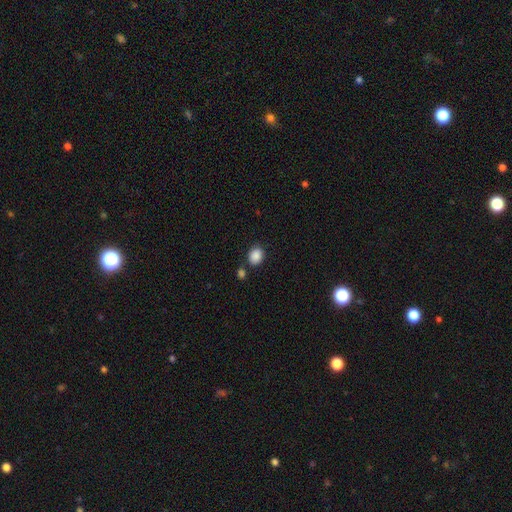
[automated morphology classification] type=smooth (88%); roundness=in between (54%); merging=none (76%).